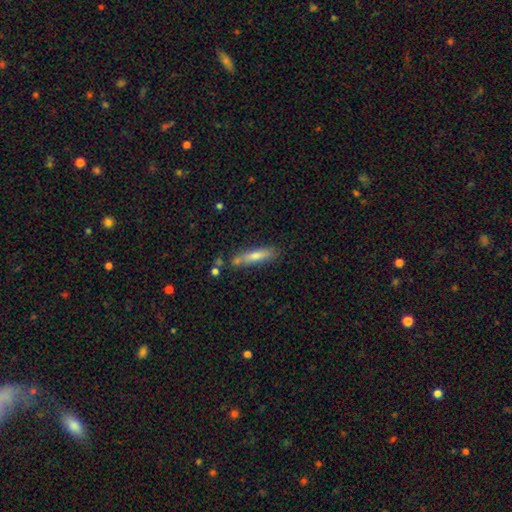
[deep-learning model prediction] Smooth or featured?
  - smooth: 65% *
  - featured or disk: 27%
  - star or artifact: 7%
How rounded?
  - cigar-shaped: 80% *
  - in between: 19%
  - round: 2%
Merging?
  - none: 74% *
  - minor disturbance: 16%
  - merger: 7%
  - major disturbance: 3%